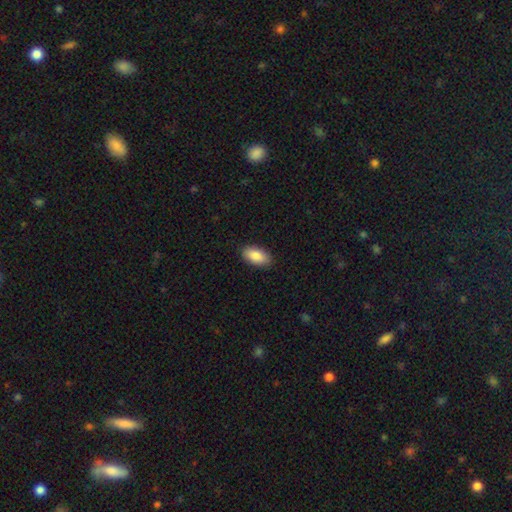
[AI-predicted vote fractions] smooth-or-featured: smooth: 88% | star or artifact: 6% | featured or disk: 6%
  how-rounded: in between: 94% | cigar-shaped: 4% | round: 3%
  merging: none: 89% | minor disturbance: 8% | major disturbance: 2% | merger: 1%